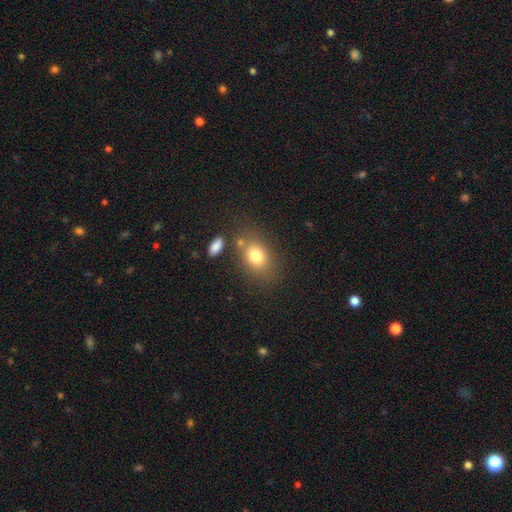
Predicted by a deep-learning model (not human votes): A smooth galaxy with no disk features (78%) that is in between round and cigar-shaped (72%). Merging: none (67%).